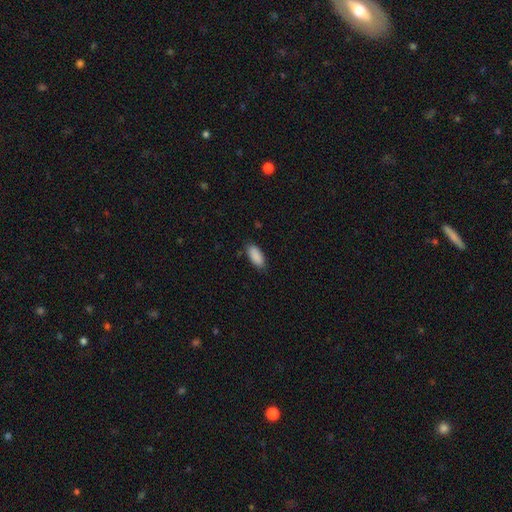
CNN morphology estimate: A smooth galaxy with no disk features (90%) that is in between round and cigar-shaped (89%).

Vote fractions:
- Smooth or featured? smooth: 90% / star or artifact: 6% / featured or disk: 3%
- How rounded? in between: 89% / cigar-shaped: 9% / round: 2%
- Merging? none: 84% / minor disturbance: 12% / major disturbance: 2% / merger: 1%